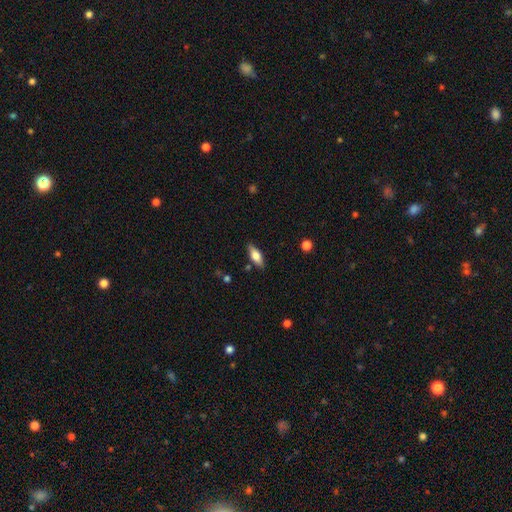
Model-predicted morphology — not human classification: type=smooth (64%); roundness=in between (70%); merging=none (85%).